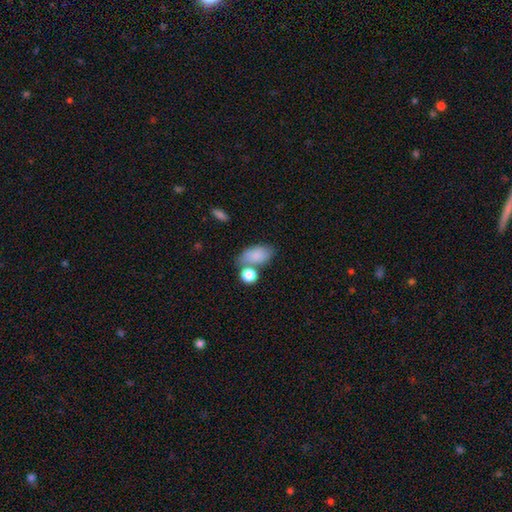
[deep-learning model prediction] A smooth galaxy with no disk features (83%) that is in between round and cigar-shaped (88%). Merging: none (52%).